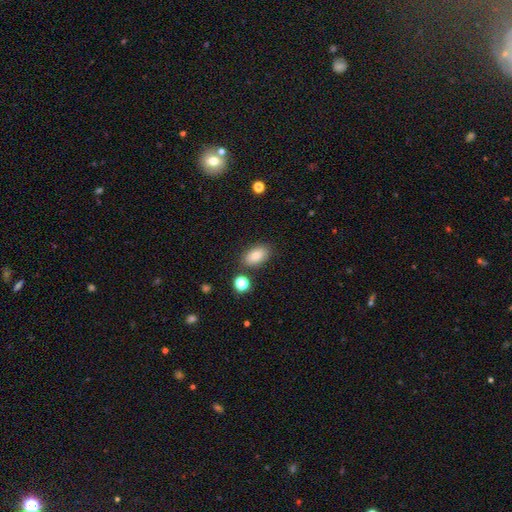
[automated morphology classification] smooth-or-featured: smooth: 83% | star or artifact: 9% | featured or disk: 8%
  how-rounded: in between: 90% | round: 8% | cigar-shaped: 2%
  merging: none: 82% | minor disturbance: 10% | merger: 4% | major disturbance: 3%